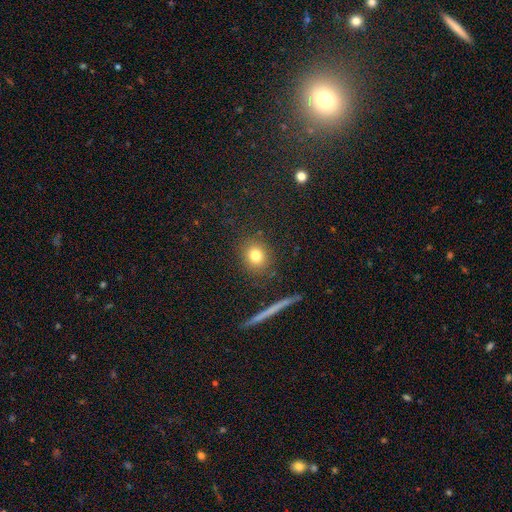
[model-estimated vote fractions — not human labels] A smooth galaxy with no disk features (79%) that is round (76%). Merging: none (88%).